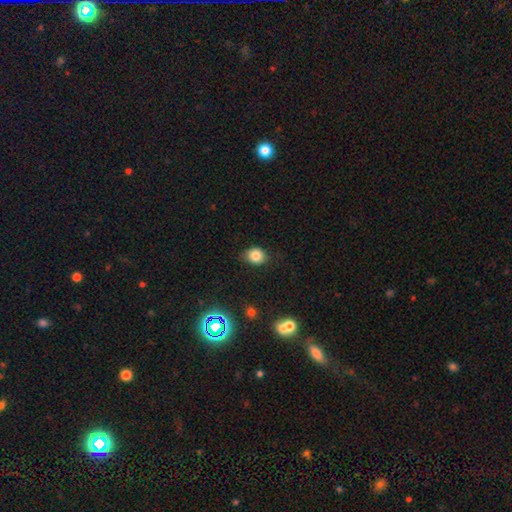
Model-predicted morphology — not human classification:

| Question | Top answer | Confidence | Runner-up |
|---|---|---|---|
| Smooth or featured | smooth | 81% | star or artifact (12%) |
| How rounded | round | 59% | in between (40%) |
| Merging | none | 78% | minor disturbance (17%) |